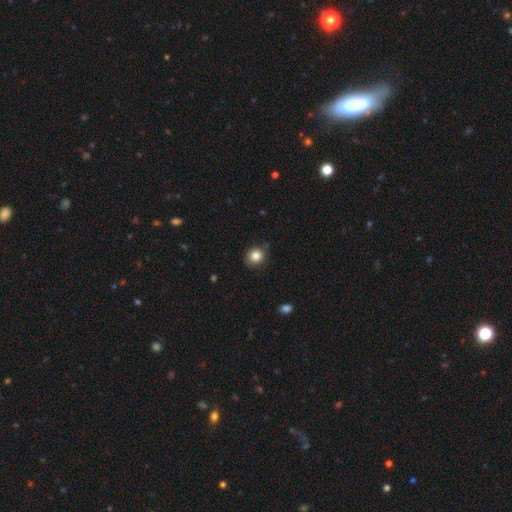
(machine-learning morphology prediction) Smooth or featured? Predicted: smooth (p=0.84). How rounded? Predicted: round (p=0.82). Merging? Predicted: none (p=0.80).